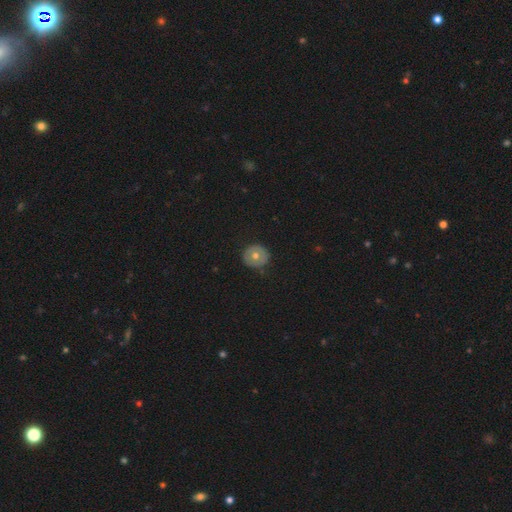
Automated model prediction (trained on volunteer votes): Smooth or featured? smooth (59%)
How rounded? round (91%)
Merging? none (87%)